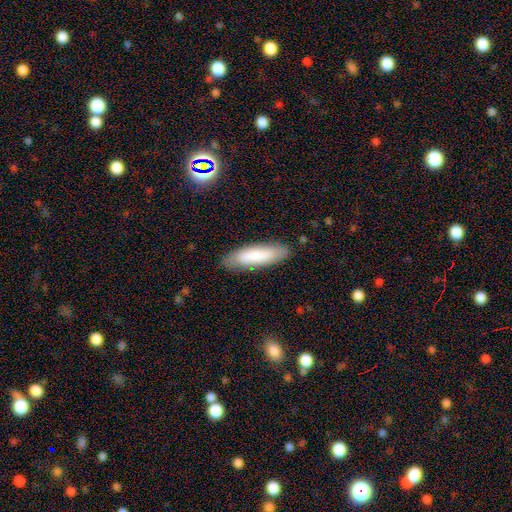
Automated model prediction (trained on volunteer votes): Q: Smooth or featured?
A: smooth (79%); runner-up: featured or disk (15%)
Q: How rounded?
A: cigar-shaped (60%); runner-up: in between (39%)
Q: Merging?
A: none (85%); runner-up: minor disturbance (11%)